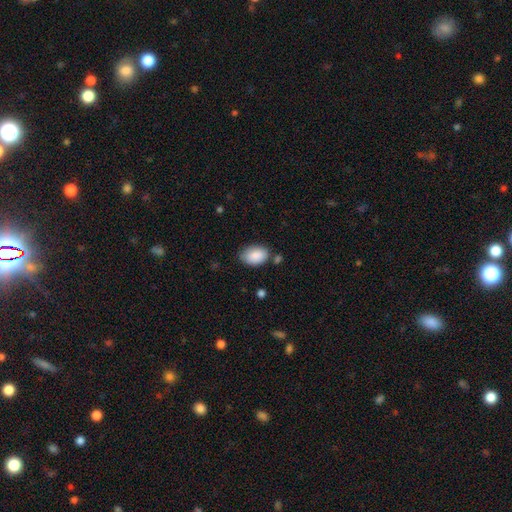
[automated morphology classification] A smooth galaxy with no disk features (89%) that is in between round and cigar-shaped (88%). Merging: none (73%).